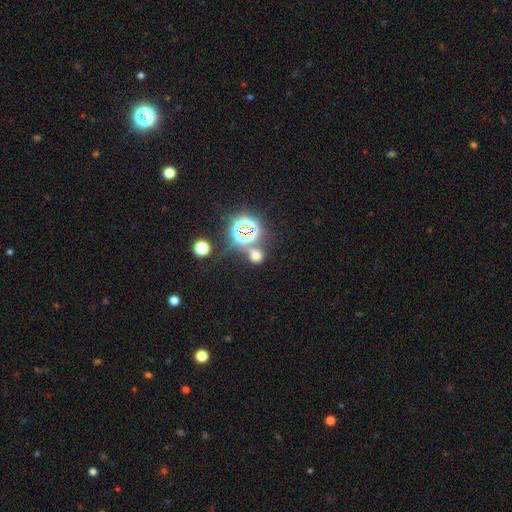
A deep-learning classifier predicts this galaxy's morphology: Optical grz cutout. It shows a smooth galaxy with no disk features (49%). Merging: none (62%).